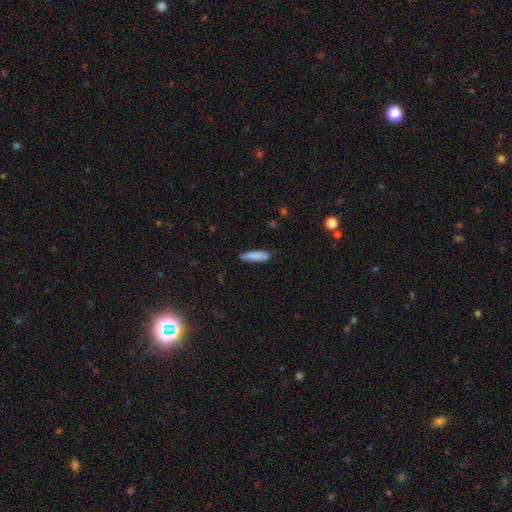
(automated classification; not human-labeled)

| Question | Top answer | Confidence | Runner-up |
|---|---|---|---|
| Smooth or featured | smooth | 84% | featured or disk (10%) |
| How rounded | cigar-shaped | 61% | in between (37%) |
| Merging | none | 79% | minor disturbance (16%) |